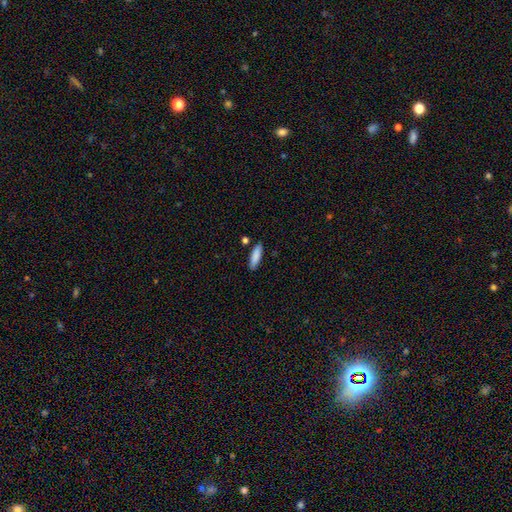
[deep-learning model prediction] Smooth or featured? Predicted: smooth (p=0.88). How rounded? Predicted: cigar-shaped (p=0.54). Merging? Predicted: none (p=0.85).